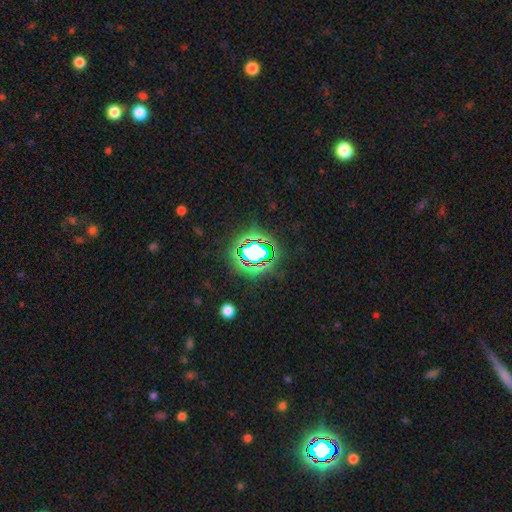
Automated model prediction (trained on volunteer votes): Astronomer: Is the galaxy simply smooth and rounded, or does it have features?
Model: star or artifact — 67%.